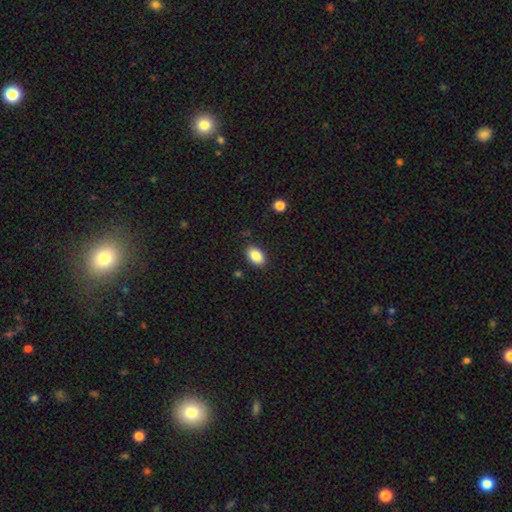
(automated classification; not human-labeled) Smooth or featured? smooth (86%)
How rounded? in between (86%)
Merging? none (87%)